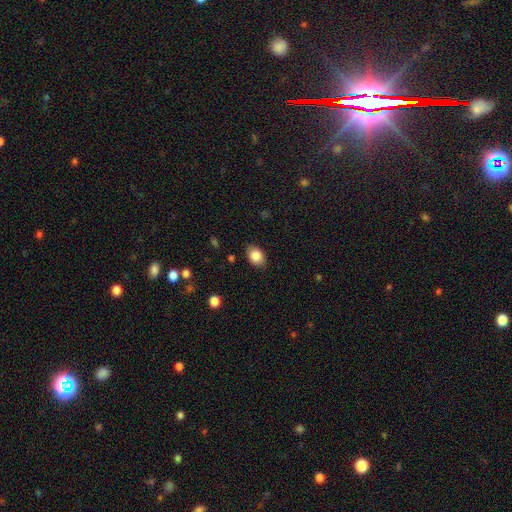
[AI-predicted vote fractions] A smooth galaxy with no disk features (86%) that is in between round and cigar-shaped (78%). Merging: none (85%).